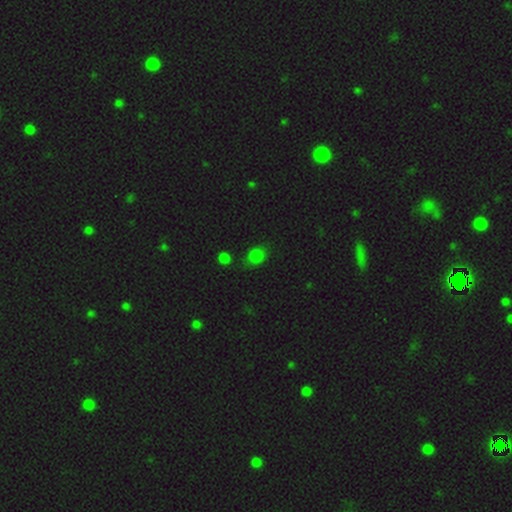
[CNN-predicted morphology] type=smooth (76%); roundness=round (63%); merging=none (73%).